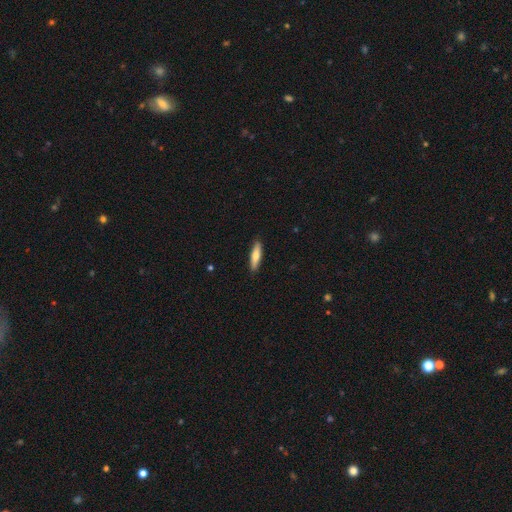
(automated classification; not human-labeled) Smooth or featured?
  - smooth: 73% *
  - featured or disk: 21%
  - star or artifact: 5%
How rounded?
  - cigar-shaped: 77% *
  - in between: 21%
  - round: 1%
Merging?
  - none: 89% *
  - minor disturbance: 8%
  - major disturbance: 2%
  - merger: 1%